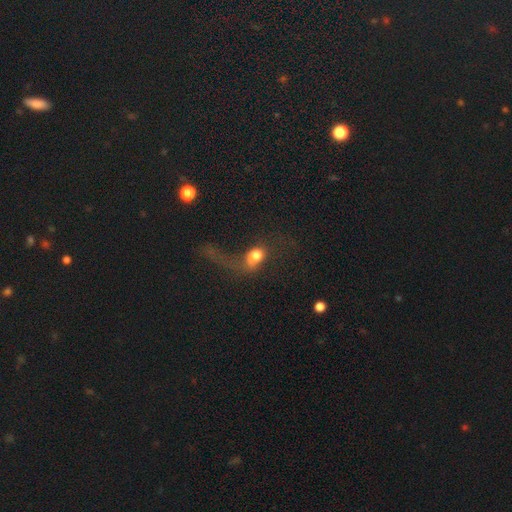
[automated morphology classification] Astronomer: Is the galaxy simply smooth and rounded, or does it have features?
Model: smooth — 67%.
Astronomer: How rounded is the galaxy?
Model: in between — 63%.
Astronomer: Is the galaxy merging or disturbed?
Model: major disturbance — 58%.